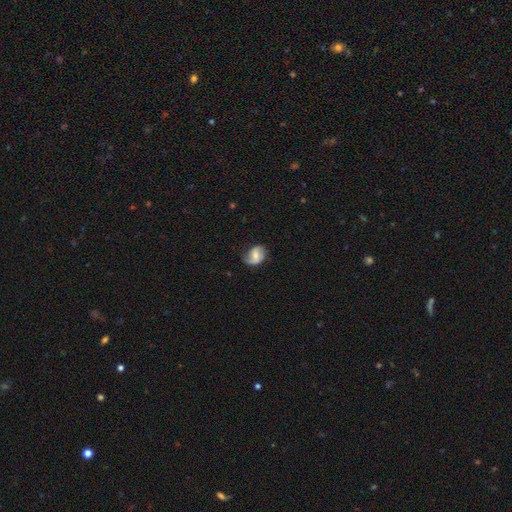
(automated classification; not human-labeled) Q: Smooth or featured?
A: featured or disk (59%); runner-up: smooth (34%)
Q: Edge-on disk?
A: no (97%); runner-up: yes (3%)
Q: Bar?
A: no (49%); runner-up: weak (39%)
Q: Spiral arms?
A: yes (86%); runner-up: no (14%)
Q: Bulge size?
A: moderate (57%); runner-up: small (35%)
Q: Merging?
A: none (60%); runner-up: minor disturbance (28%)